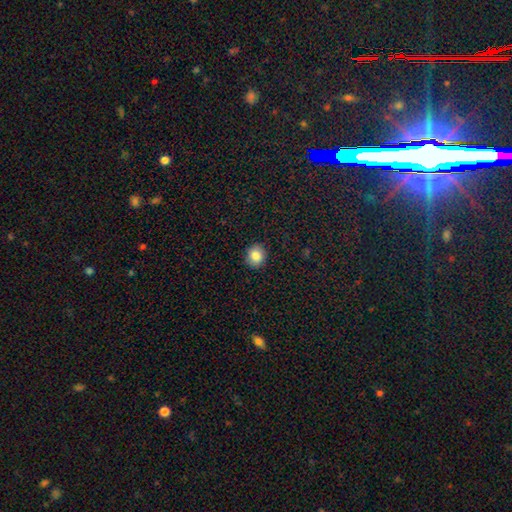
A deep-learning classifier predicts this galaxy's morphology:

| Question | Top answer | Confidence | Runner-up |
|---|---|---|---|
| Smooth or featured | smooth | 84% | star or artifact (9%) |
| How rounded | round | 77% | in between (22%) |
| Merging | none | 90% | minor disturbance (7%) |